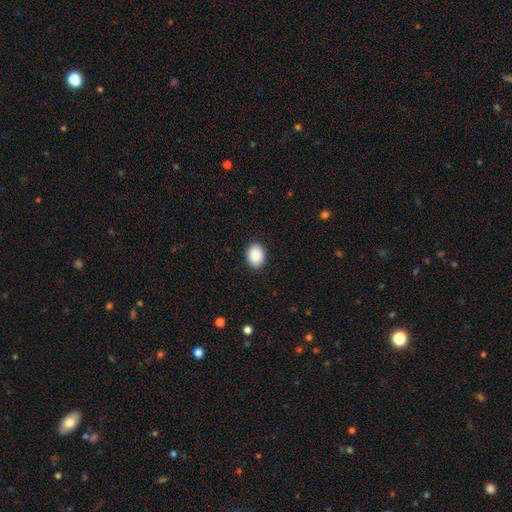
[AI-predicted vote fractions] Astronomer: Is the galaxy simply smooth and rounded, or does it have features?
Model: smooth — 89%.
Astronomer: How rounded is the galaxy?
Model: in between — 69%.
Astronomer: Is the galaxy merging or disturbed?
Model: none — 90%.